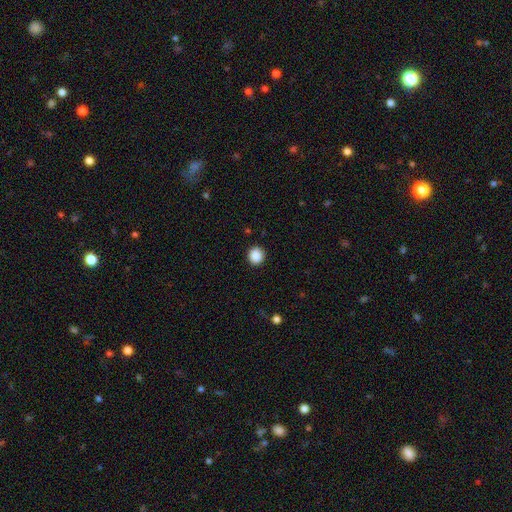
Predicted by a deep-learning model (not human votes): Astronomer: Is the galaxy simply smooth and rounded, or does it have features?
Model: smooth — 88%.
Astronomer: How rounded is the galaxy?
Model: round — 90%.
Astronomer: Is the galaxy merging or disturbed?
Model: none — 92%.